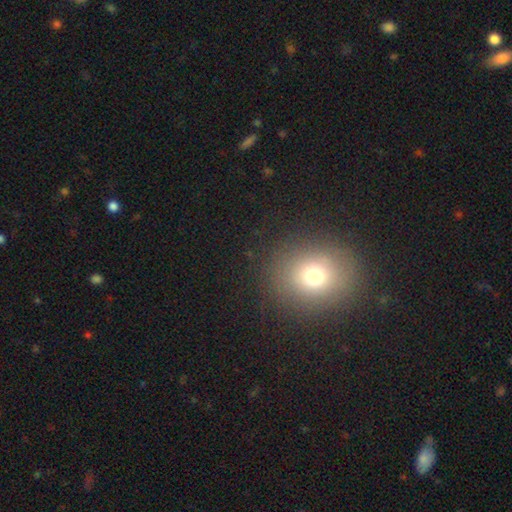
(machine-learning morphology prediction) Smooth or featured? smooth (69%)
How rounded? round (74%)
Merging? none (90%)